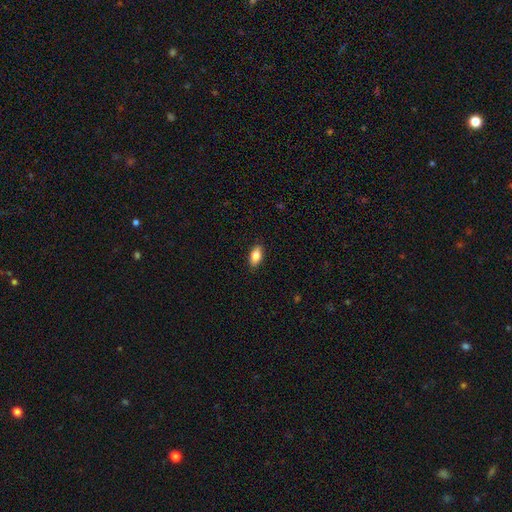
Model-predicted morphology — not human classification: Smooth or featured? Predicted: smooth (p=0.82). How rounded? Predicted: in between (p=0.90). Merging? Predicted: none (p=0.88).